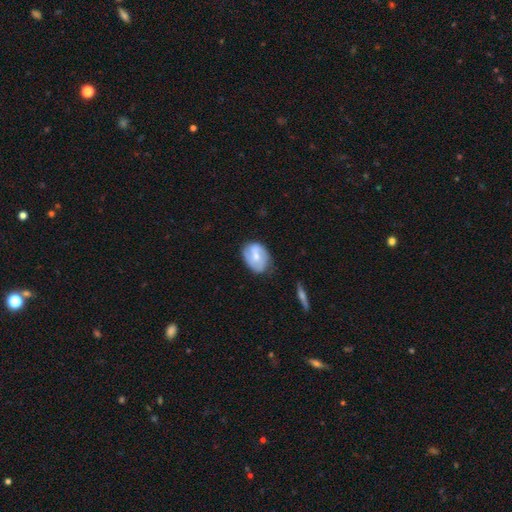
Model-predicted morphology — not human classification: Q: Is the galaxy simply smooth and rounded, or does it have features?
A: featured or disk — 50%.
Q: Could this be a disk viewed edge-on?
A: no — 95%.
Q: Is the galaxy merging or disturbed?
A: none — 64%.